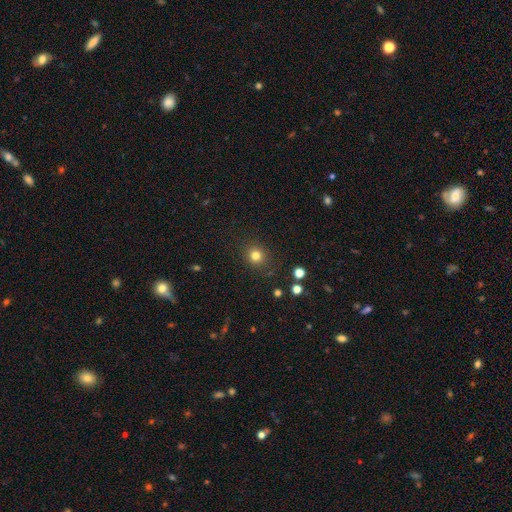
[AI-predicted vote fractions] Q: Smooth or featured?
A: smooth (81%); runner-up: star or artifact (14%)
Q: How rounded?
A: round (89%); runner-up: in between (11%)
Q: Merging?
A: none (87%); runner-up: minor disturbance (8%)